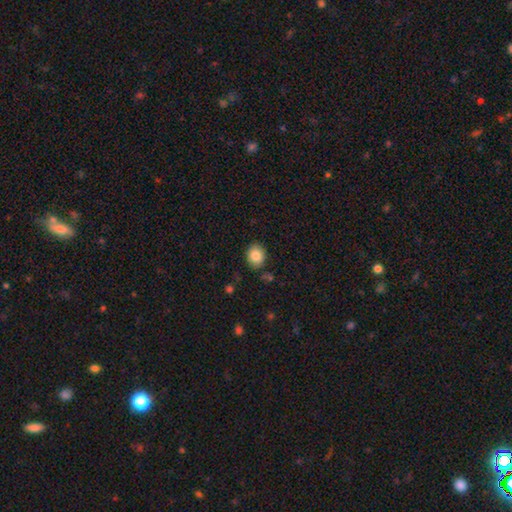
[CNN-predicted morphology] Smooth or featured? smooth (84%)
How rounded? round (55%)
Merging? none (84%)